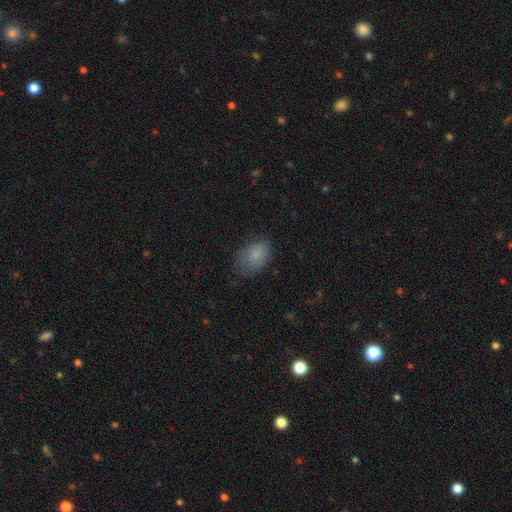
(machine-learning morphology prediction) Q: Smooth or featured?
A: smooth (81%); runner-up: featured or disk (11%)
Q: How rounded?
A: in between (84%); runner-up: round (15%)
Q: Merging?
A: none (57%); runner-up: minor disturbance (31%)